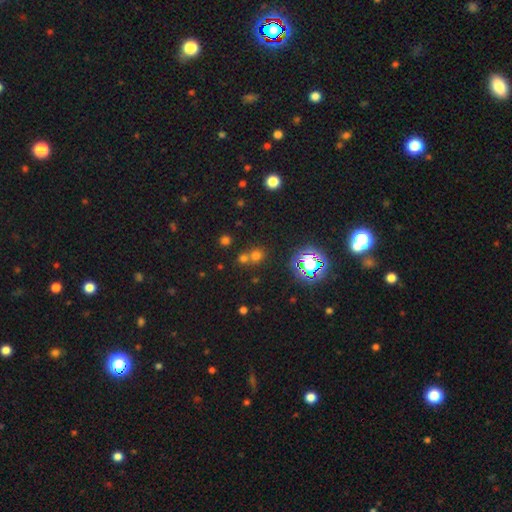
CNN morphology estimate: Overall: smooth (56%; star or artifact 35%). How rounded: round (85%). Merging: none (54%; merger 37%).